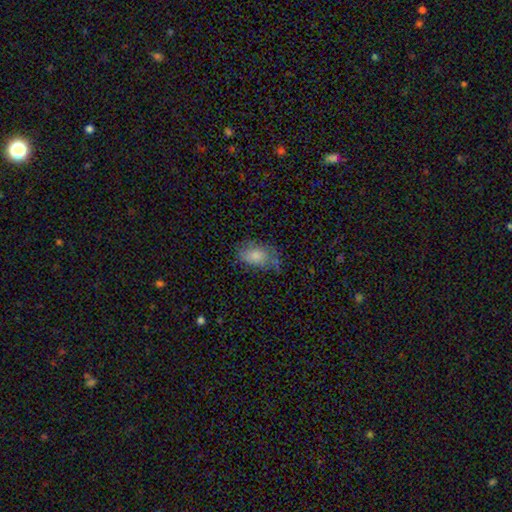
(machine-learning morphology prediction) smooth_or_featured: smooth (p=0.69) [alt: featured or disk p=0.21]
how_rounded: in between (p=0.89) [alt: round p=0.09]
merging: none (p=0.53) [alt: minor disturbance p=0.30]